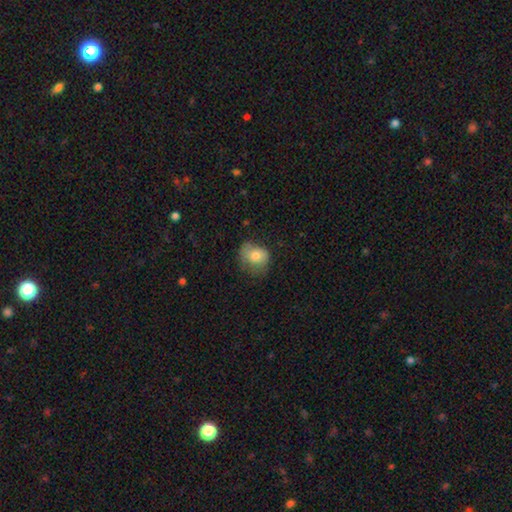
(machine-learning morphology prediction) smooth-or-featured: smooth: 75% | featured or disk: 17% | star or artifact: 8%
  how-rounded: round: 57% | in between: 42% | cigar-shaped: 1%
  merging: none: 50% | minor disturbance: 32% | major disturbance: 16% | merger: 2%